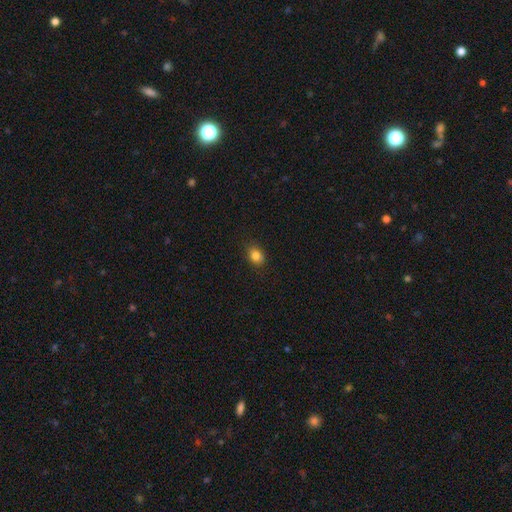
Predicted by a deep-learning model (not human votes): Smooth or featured?
  - smooth: 83% *
  - star or artifact: 11%
  - featured or disk: 6%
How rounded?
  - in between: 56% *
  - round: 43%
  - cigar-shaped: 1%
Merging?
  - none: 85% *
  - minor disturbance: 12%
  - major disturbance: 2%
  - merger: 1%